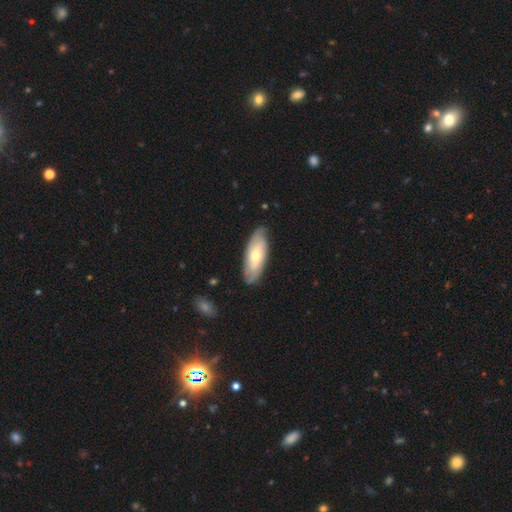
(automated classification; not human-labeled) Q: Smooth or featured?
A: smooth (49%); runner-up: featured or disk (45%)
Q: Merging?
A: none (82%); runner-up: minor disturbance (15%)